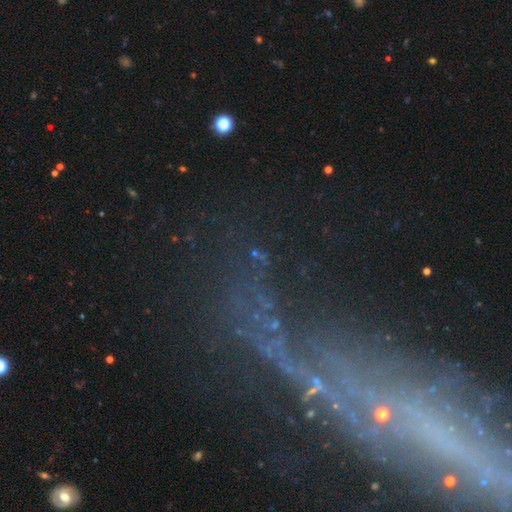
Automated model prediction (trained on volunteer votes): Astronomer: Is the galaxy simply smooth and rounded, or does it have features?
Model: star or artifact — 54%.